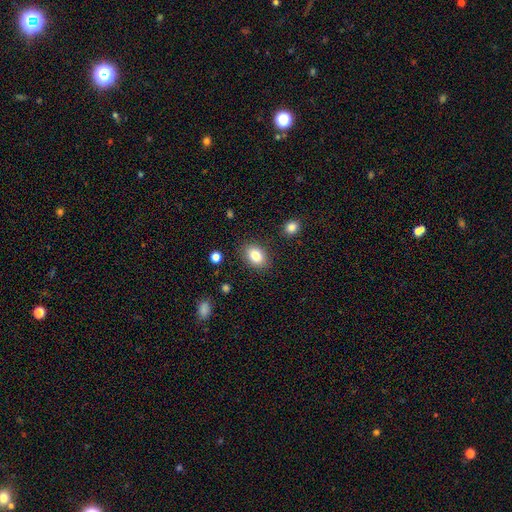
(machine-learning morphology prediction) This is clearly a smooth galaxy (83%). How rounded: clearly in between (80%). Merging: clearly none (86%).